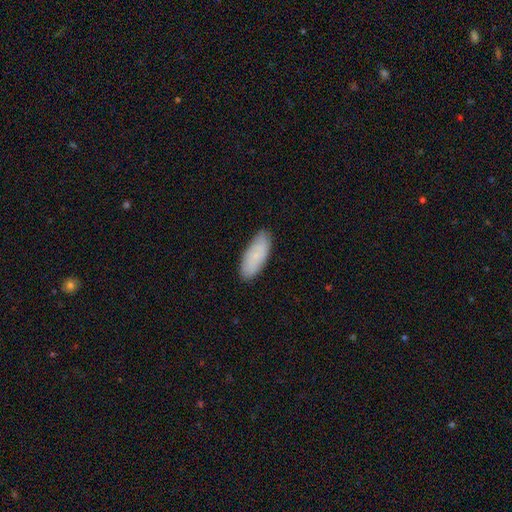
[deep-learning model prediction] Smooth or featured? Predicted: smooth (p=0.78). How rounded? Predicted: in between (p=0.76). Merging? Predicted: none (p=0.85).